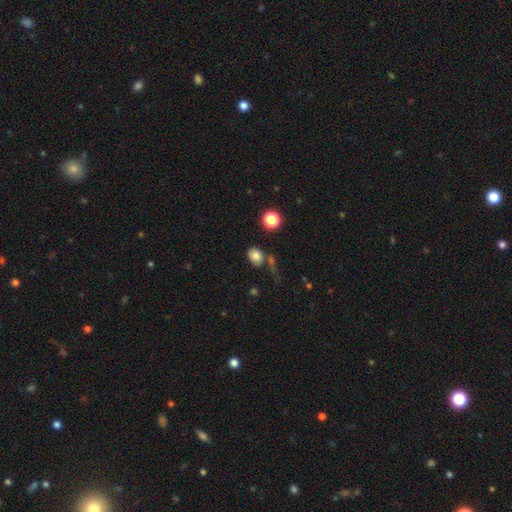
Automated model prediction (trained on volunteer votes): Q: Smooth or featured?
A: smooth (80%); runner-up: star or artifact (12%)
Q: How rounded?
A: in between (58%); runner-up: round (40%)
Q: Merging?
A: none (61%); runner-up: minor disturbance (16%)